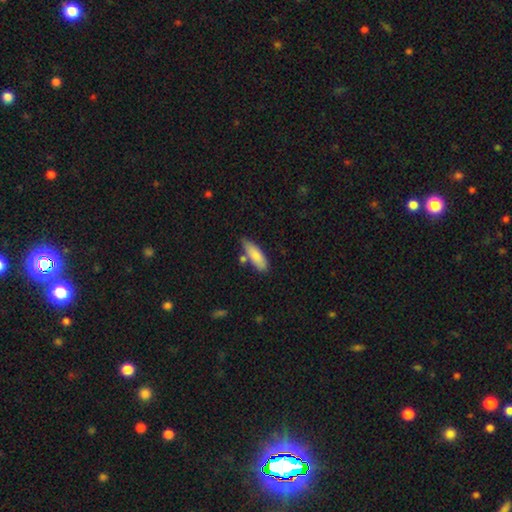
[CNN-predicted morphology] Smooth or featured?
  - smooth: 83% *
  - featured or disk: 11%
  - star or artifact: 6%
How rounded?
  - in between: 60% *
  - cigar-shaped: 38%
  - round: 2%
Merging?
  - none: 65% *
  - minor disturbance: 21%
  - merger: 10%
  - major disturbance: 4%